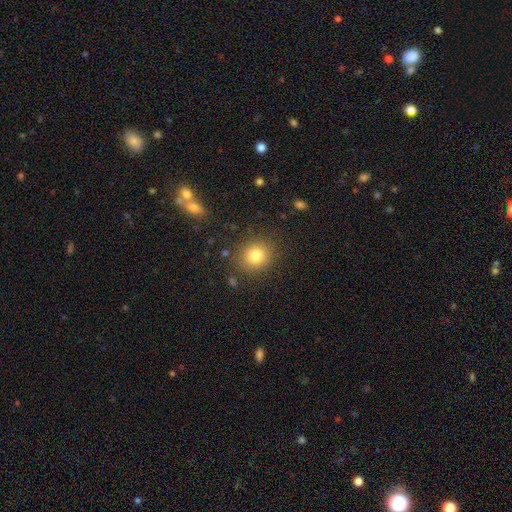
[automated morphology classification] Q: Smooth or featured?
A: smooth (80%); runner-up: star or artifact (12%)
Q: How rounded?
A: round (85%); runner-up: in between (14%)
Q: Merging?
A: none (86%); runner-up: minor disturbance (9%)